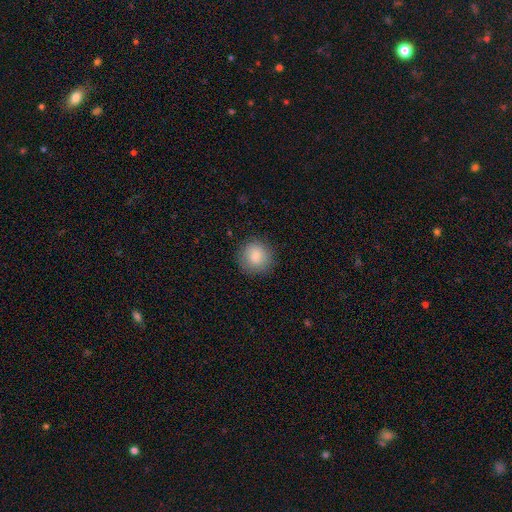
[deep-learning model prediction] Morphology: type=smooth (85%); roundness=round (92%); merging=none (87%).